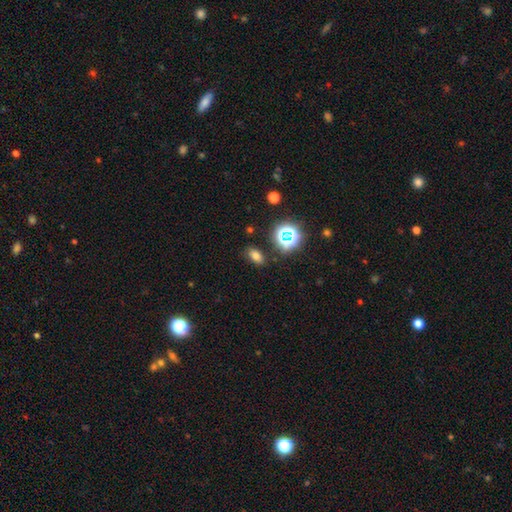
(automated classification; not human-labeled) Morphology: type=smooth (69%); roundness=in between (84%); merging=none (85%).